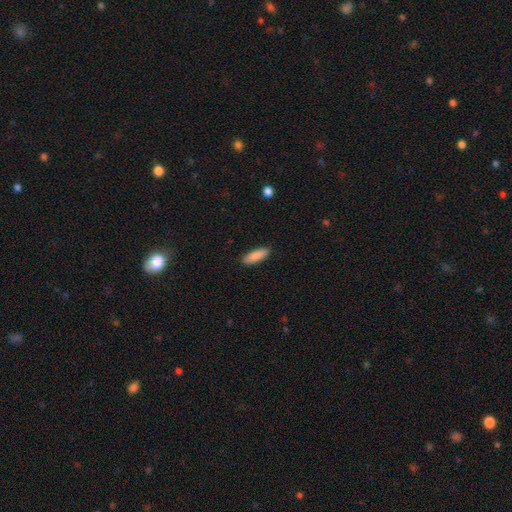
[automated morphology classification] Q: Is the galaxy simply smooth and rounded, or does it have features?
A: smooth — 89%.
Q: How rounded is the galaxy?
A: in between — 56%.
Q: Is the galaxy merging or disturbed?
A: none — 90%.